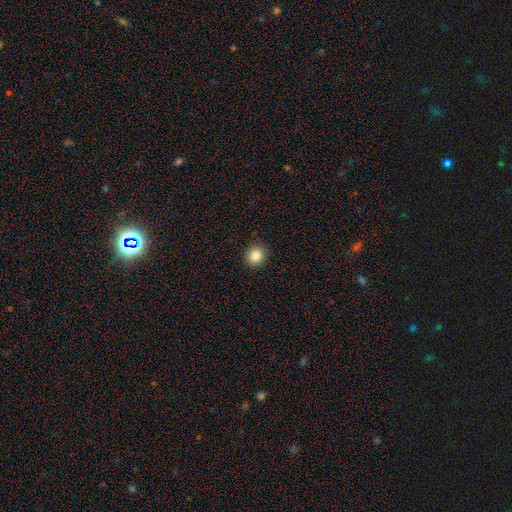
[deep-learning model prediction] Morphology: type=smooth (84%); roundness=round (82%); merging=none (91%).